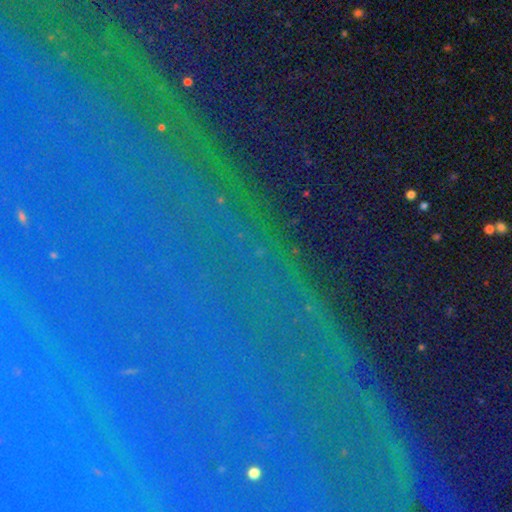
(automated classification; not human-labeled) Smooth or featured? Predicted: star or artifact (p=0.85).